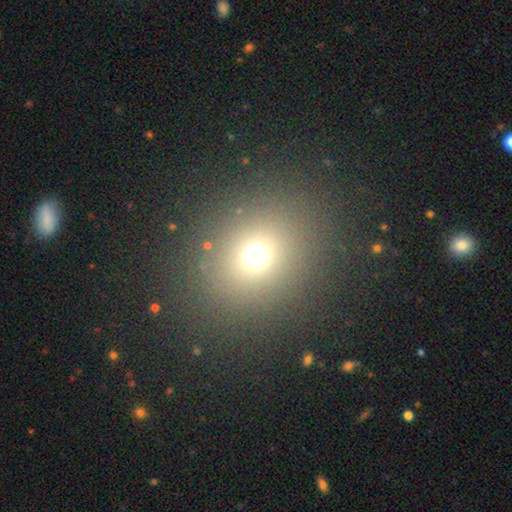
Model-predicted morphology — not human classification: Smooth or featured? Predicted: smooth (p=0.68). How rounded? Predicted: round (p=0.75). Merging? Predicted: none (p=0.85).